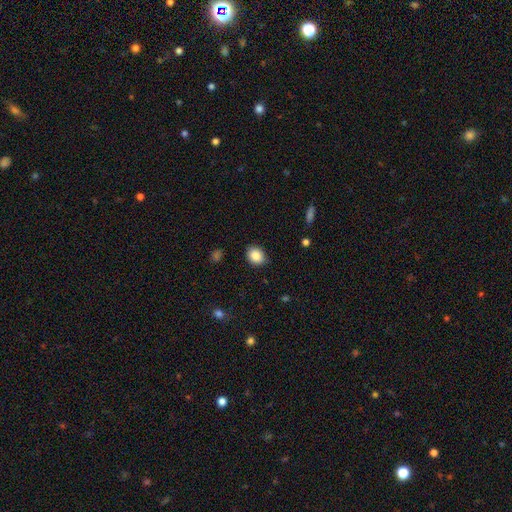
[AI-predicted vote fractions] This appears to be a smooth galaxy with no disk features (87%) that is round (55%). Merging: none (85%).